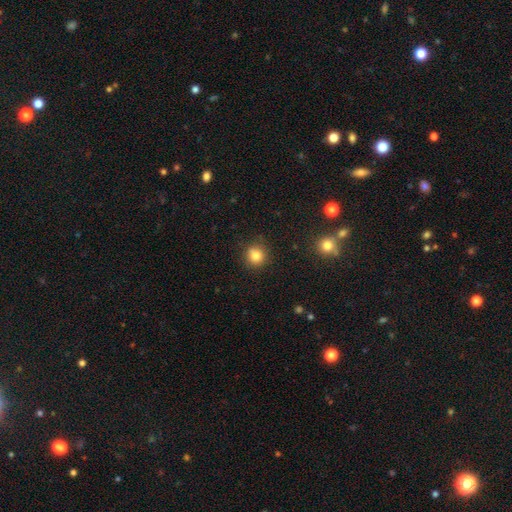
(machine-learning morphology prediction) A smooth galaxy with no disk features (82%) that is round (90%). Merging: none (86%).